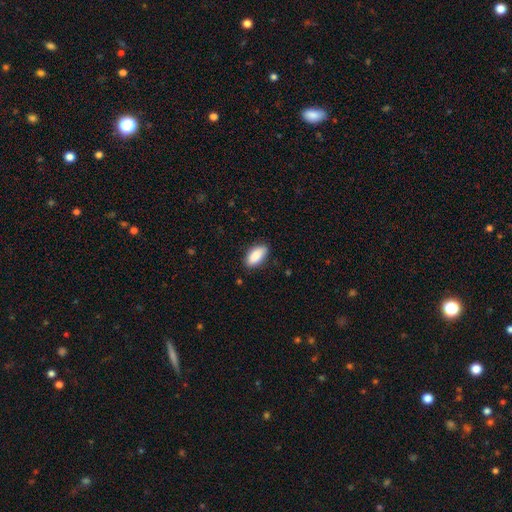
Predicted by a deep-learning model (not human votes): smooth 89%, star or artifact 6%, featured or disk 5%. Down the decision tree: how rounded — in between (91%); merging — none (82%).